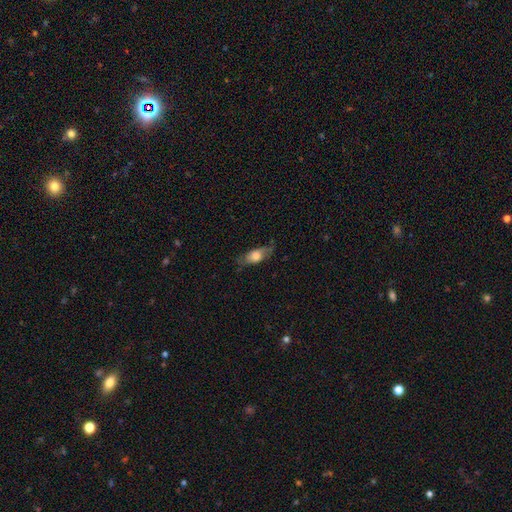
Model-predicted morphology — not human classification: This appears to be a smooth galaxy with no disk features (62%) that is in between round and cigar-shaped (73%). Merging: none (71%).